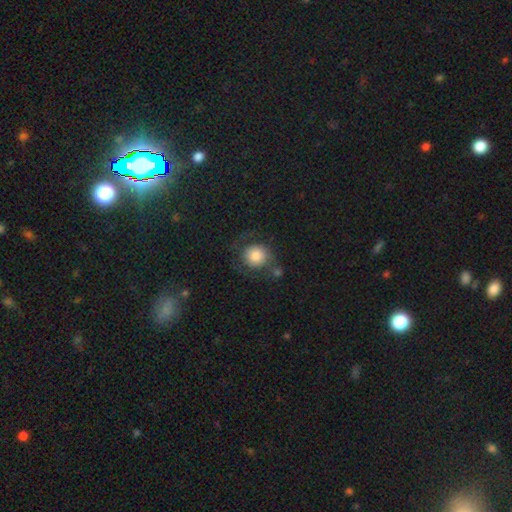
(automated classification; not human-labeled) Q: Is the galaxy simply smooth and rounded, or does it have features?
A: smooth — 74%.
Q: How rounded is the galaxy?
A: round — 88%.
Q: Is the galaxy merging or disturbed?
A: none — 58%.